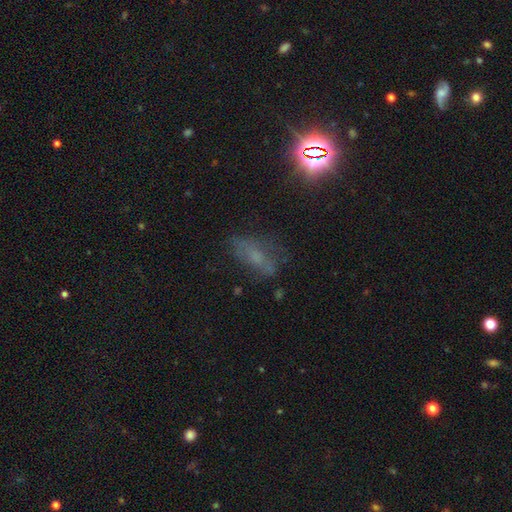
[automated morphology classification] This appears to be a smooth galaxy with no disk features (37%). Merging: none (57%).